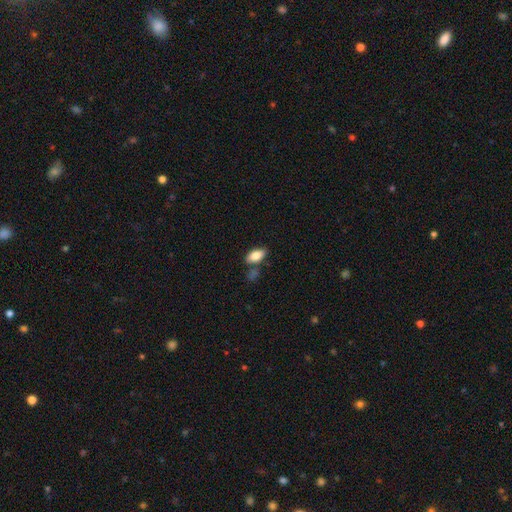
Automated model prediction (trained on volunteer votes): This is clearly a smooth galaxy (84%). How rounded: clearly in between (91%). Merging: likely none (67%).